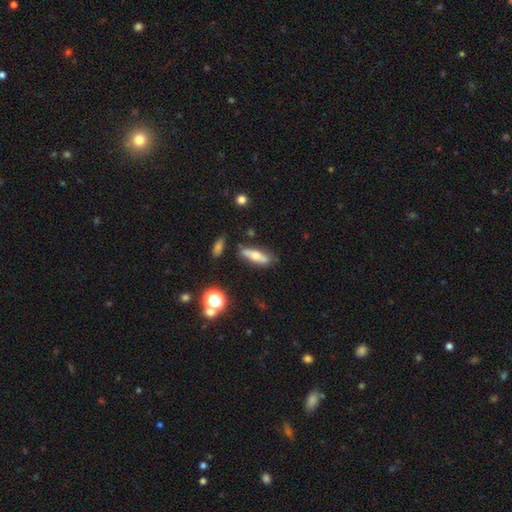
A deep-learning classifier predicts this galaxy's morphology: Overall: smooth (52%; featured or disk 39%). How rounded: cigar-shaped (59%; in between 37%). Merging: none (74%).